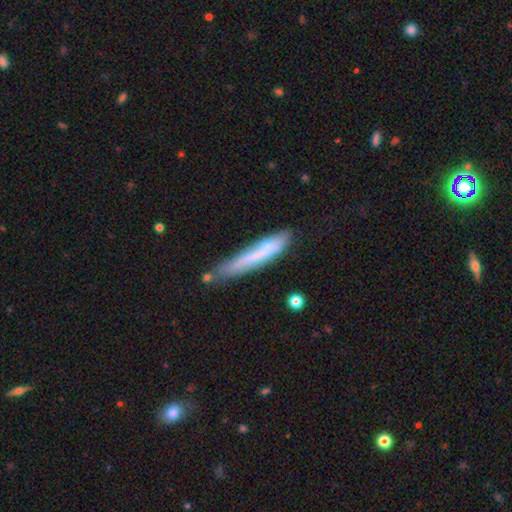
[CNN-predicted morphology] smooth 59%, featured or disk 33%, star or artifact 8%. Down the decision tree: how rounded — cigar-shaped (91%); merging — none (54%).